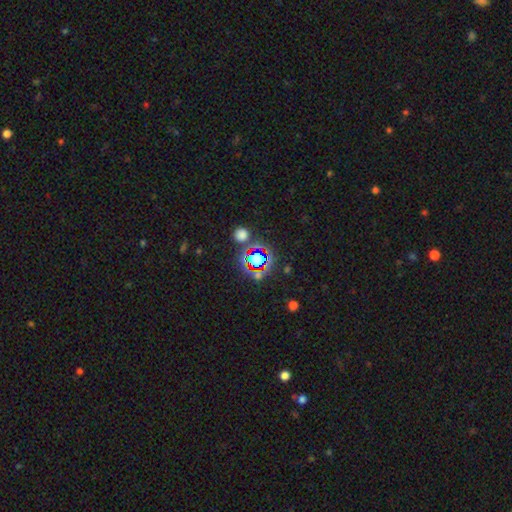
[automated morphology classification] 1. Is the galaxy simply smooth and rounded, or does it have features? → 65% star or artifact, 24% smooth, 10% featured or disk.